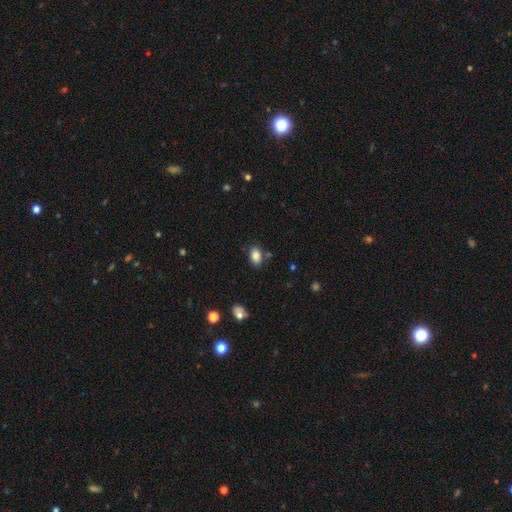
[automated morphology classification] A smooth galaxy with no disk features (84%) that is in between round and cigar-shaped (85%). Merging: none (79%).